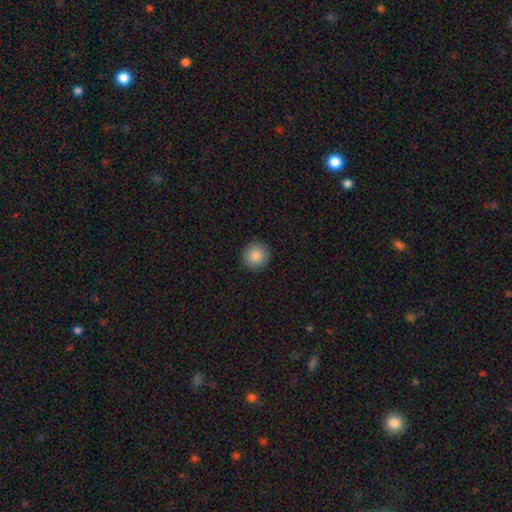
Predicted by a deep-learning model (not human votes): smooth 87%, star or artifact 8%, featured or disk 4%. Down the decision tree: how rounded — round (95%); merging — none (92%).